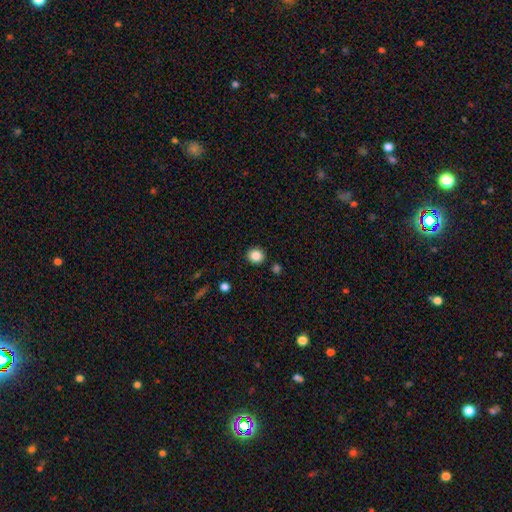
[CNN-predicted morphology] smooth_or_featured: smooth (p=0.86) [alt: star or artifact p=0.10]
how_rounded: round (p=0.82) [alt: in between p=0.17]
merging: none (p=0.88) [alt: minor disturbance p=0.07]